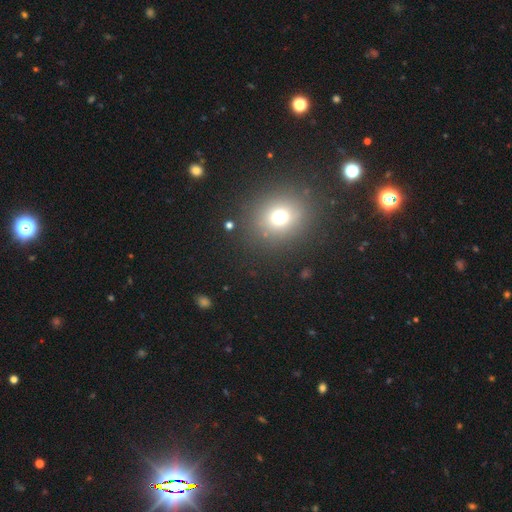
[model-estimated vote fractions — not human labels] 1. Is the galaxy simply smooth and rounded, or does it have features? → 57% smooth, 35% star or artifact, 9% featured or disk.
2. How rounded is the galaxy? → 77% round, 22% in between, 1% cigar-shaped.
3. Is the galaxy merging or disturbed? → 90% none, 5% minor disturbance, 2% major disturbance, 2% merger.